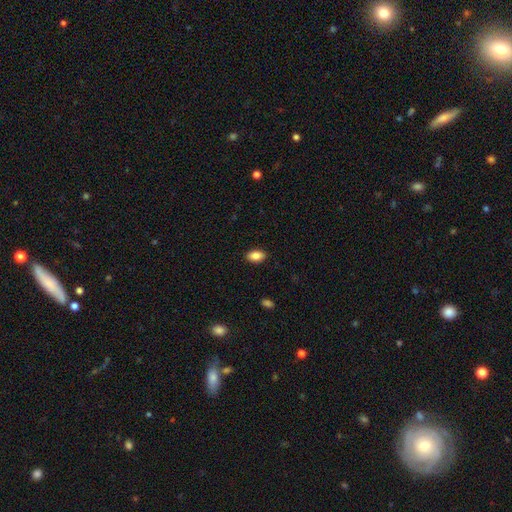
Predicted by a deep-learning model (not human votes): A smooth galaxy with no disk features (86%) that is in between round and cigar-shaped (91%). Merging: none (89%).